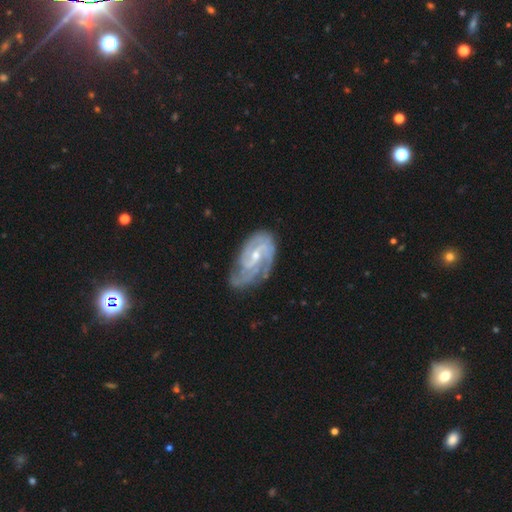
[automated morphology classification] smooth_or_featured: featured or disk (p=0.88) [alt: smooth p=0.07]
disk_edge_on: no (p=0.97) [alt: yes p=0.03]
bar: weak (p=0.52) [alt: no p=0.29]
has_spiral_arms: yes (p=0.97) [alt: no p=0.03]
spiral_winding: tight (p=0.50) [alt: medium p=0.40]
spiral_arm_count: 2 (p=0.37) [alt: 3 p=0.28]
bulge_size: small (p=0.57) [alt: moderate p=0.40]
merging: none (p=0.58) [alt: minor disturbance p=0.28]